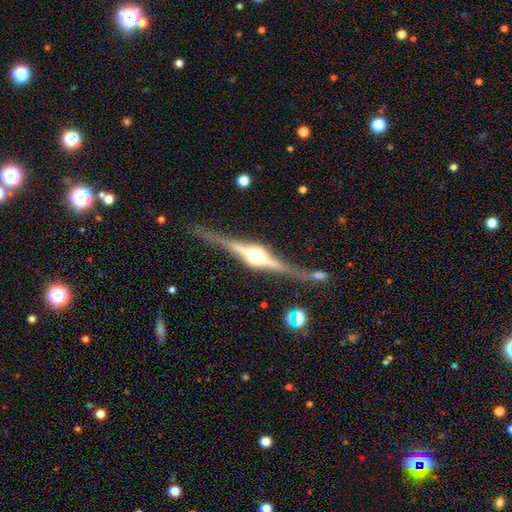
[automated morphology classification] type=featured or disk (89%); edge-on=yes (98%); edge-on bulge=rounded (90%); merging=none (82%).